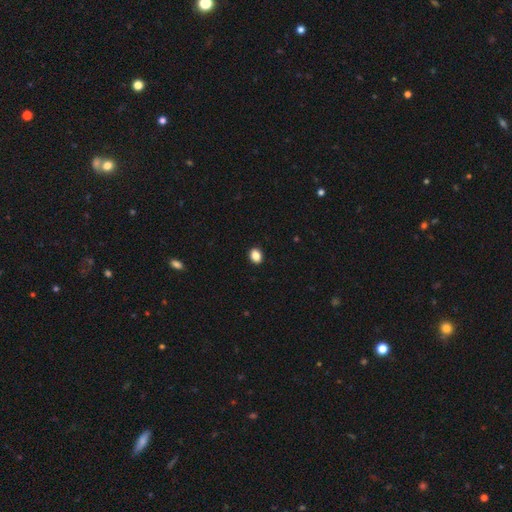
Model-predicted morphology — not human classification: Smooth or featured? Predicted: smooth (p=0.87). How rounded? Predicted: in between (p=0.60). Merging? Predicted: none (p=0.92).